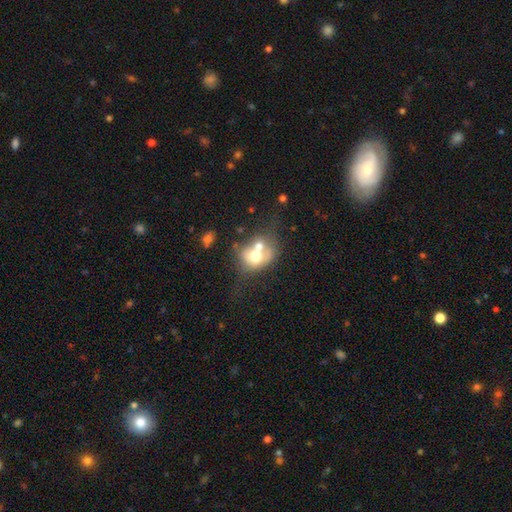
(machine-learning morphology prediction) smooth-or-featured: smooth: 59% | featured or disk: 31% | star or artifact: 10%
  how-rounded: round: 56% | in between: 43% | cigar-shaped: 1%
  merging: merger: 58% | none: 23% | minor disturbance: 11% | major disturbance: 9%